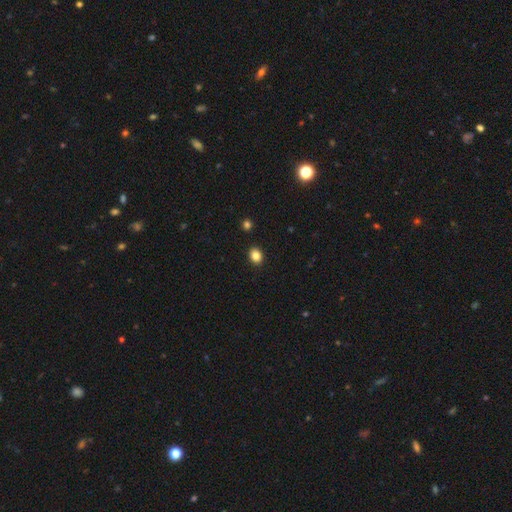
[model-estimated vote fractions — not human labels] Smooth or featured? smooth (85%)
How rounded? in between (52%)
Merging? none (90%)